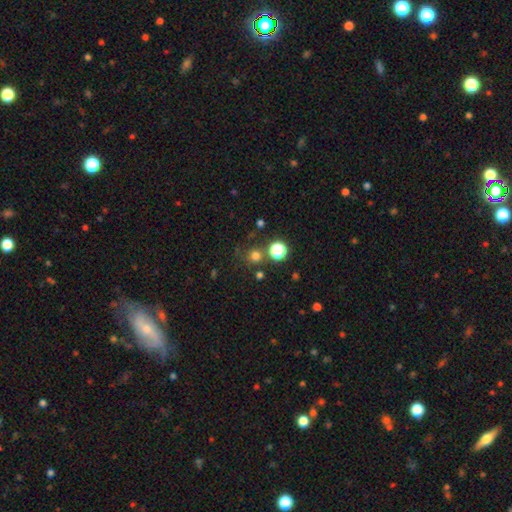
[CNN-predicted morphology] smooth-or-featured: smooth: 72% | star or artifact: 22% | featured or disk: 6%
  how-rounded: round: 93% | in between: 6% | cigar-shaped: 1%
  merging: none: 78% | merger: 10% | minor disturbance: 9% | major disturbance: 4%